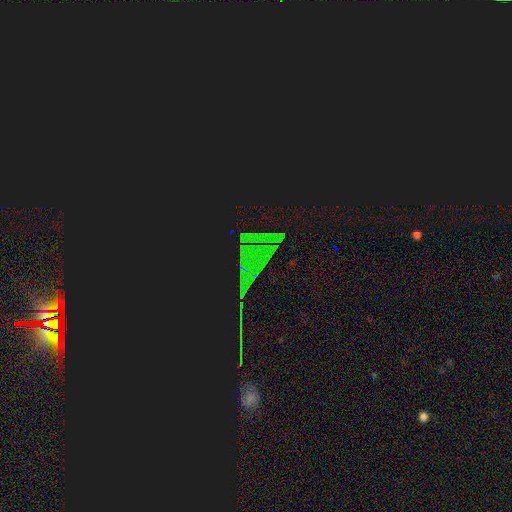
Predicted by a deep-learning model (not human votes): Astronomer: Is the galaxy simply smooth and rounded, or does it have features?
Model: star or artifact — 83%.